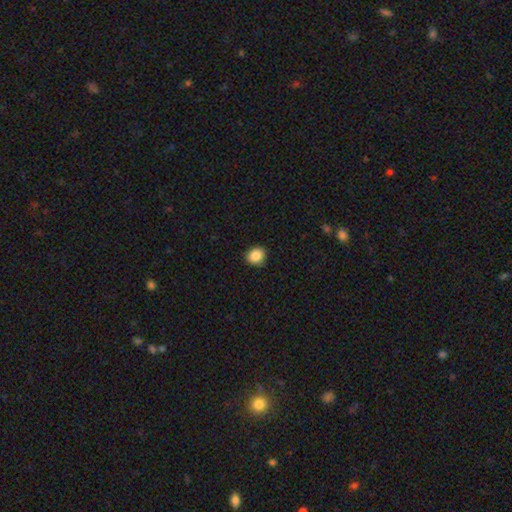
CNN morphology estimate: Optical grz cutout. It shows a smooth galaxy with no disk features (86%) that is round (74%). Merging: none (89%).